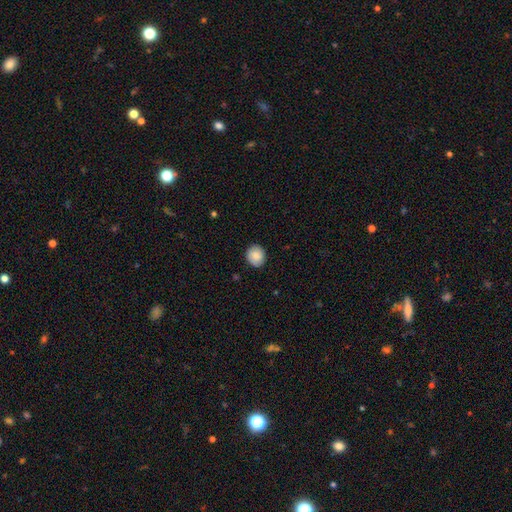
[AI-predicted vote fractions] Smooth or featured?
  - smooth: 83% *
  - featured or disk: 10%
  - star or artifact: 7%
How rounded?
  - round: 78% *
  - in between: 21%
  - cigar-shaped: 1%
Merging?
  - none: 87% *
  - minor disturbance: 10%
  - major disturbance: 2%
  - merger: 1%